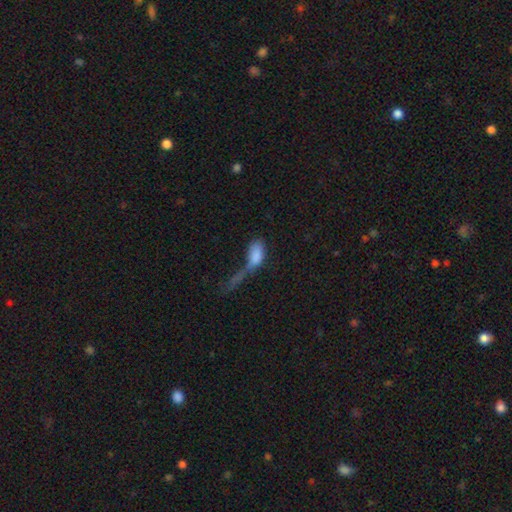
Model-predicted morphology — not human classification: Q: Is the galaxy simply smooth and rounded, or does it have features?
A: smooth — 77%.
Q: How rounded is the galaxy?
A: in between — 87%.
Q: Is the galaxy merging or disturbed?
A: major disturbance — 44%.